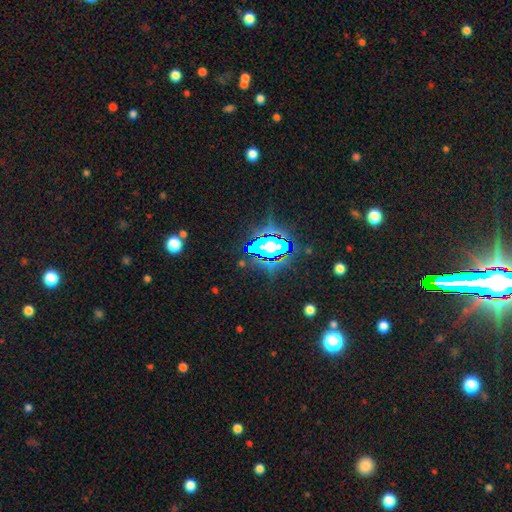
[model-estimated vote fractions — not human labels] A star or artifact, not a galaxy (82%).